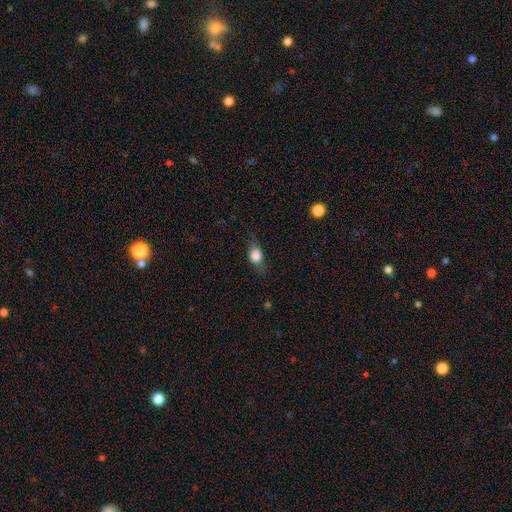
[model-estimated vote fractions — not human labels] Smooth or featured? Predicted: smooth (p=0.75). How rounded? Predicted: in between (p=0.67). Merging? Predicted: none (p=0.72).